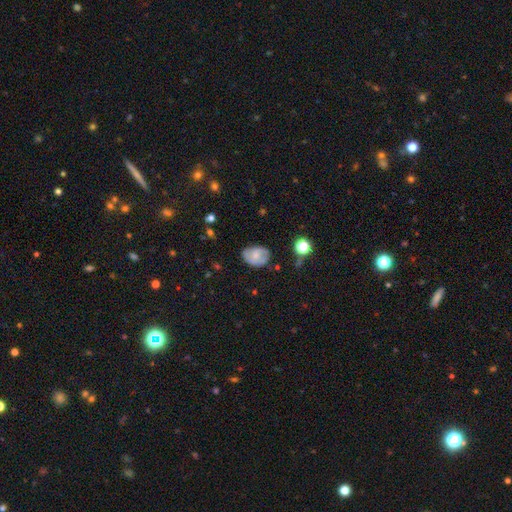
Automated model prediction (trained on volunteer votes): Smooth or featured: featured or disk — 46% (smooth — 45%)
Merging: none — 62% (minor disturbance — 27%)